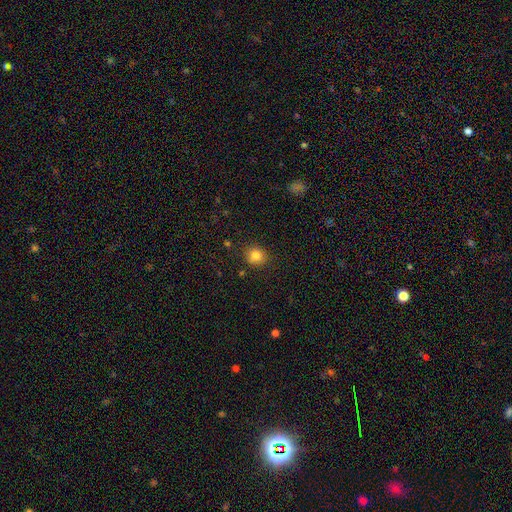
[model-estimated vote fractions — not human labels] Smooth or featured? Predicted: smooth (p=0.82). How rounded? Predicted: round (p=0.84). Merging? Predicted: none (p=0.86).